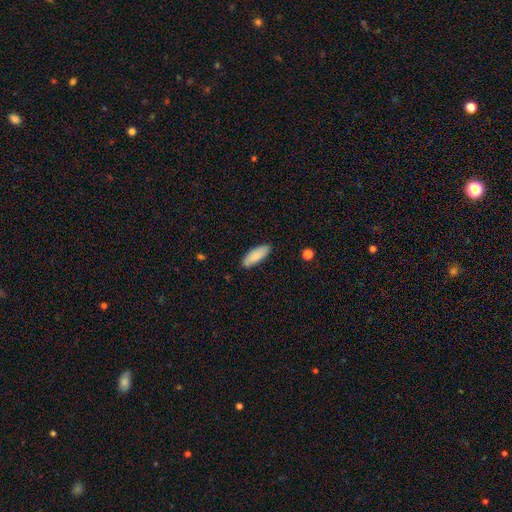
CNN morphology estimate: Smooth or featured: smooth — 86% (featured or disk — 8%)
How rounded: in between — 70% (cigar-shaped — 28%)
Merging: none — 85% (minor disturbance — 12%)